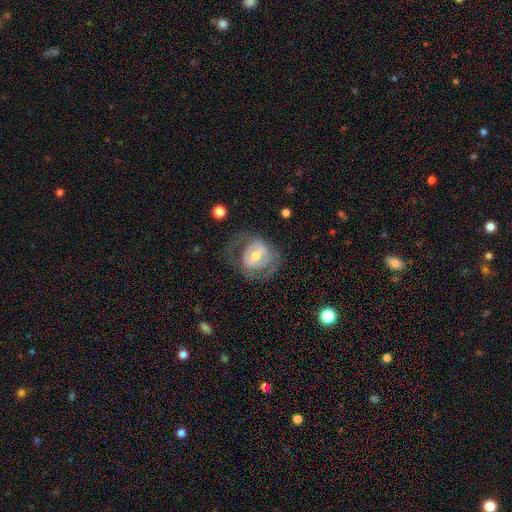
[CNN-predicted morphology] Q: Smooth or featured?
A: featured or disk (62%); runner-up: smooth (32%)
Q: Edge-on disk?
A: no (96%); runner-up: yes (4%)
Q: Bar?
A: weak (41%); tied with: no (41%)
Q: Spiral arms?
A: yes (58%); runner-up: no (42%)
Q: Bulge size?
A: moderate (69%); runner-up: small (21%)
Q: Merging?
A: none (48%); runner-up: major disturbance (29%)